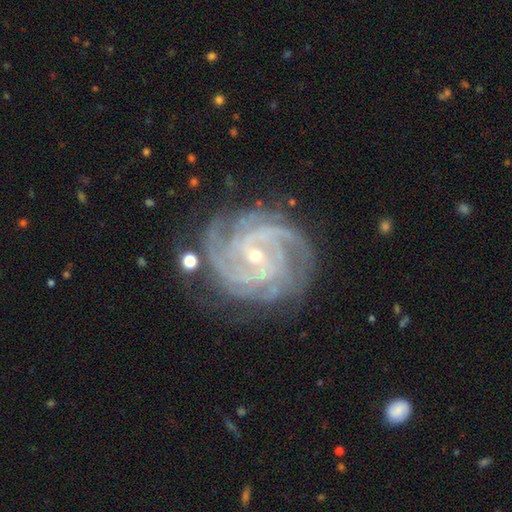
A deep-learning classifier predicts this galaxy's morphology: type=featured or disk (92%); edge-on=no (98%); bar=no (42%); spiral arms=yes (99%); winding=tight (70%); arm count=4 (32%); bulge=small (73%); merging=none (76%).